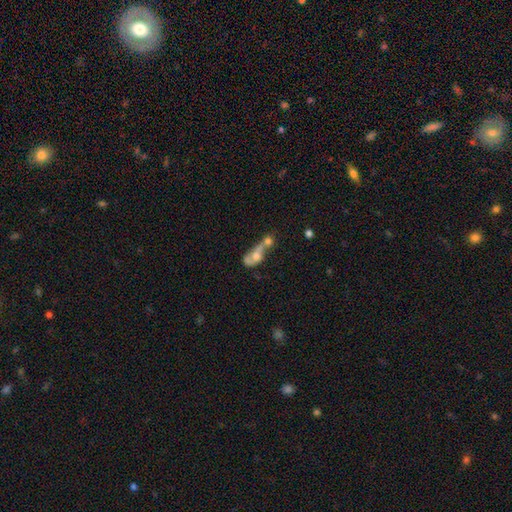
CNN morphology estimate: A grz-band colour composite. It shows a smooth galaxy with no disk features (50%). Merging: merger (69%).